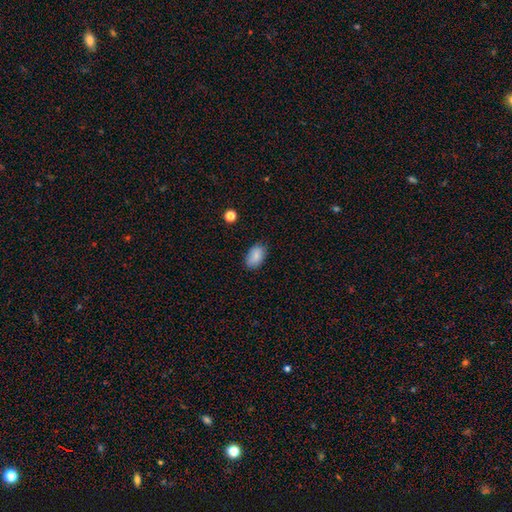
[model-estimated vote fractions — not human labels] Smooth or featured: smooth — 85% (star or artifact — 8%)
How rounded: in between — 91% (round — 8%)
Merging: none — 81% (minor disturbance — 15%)